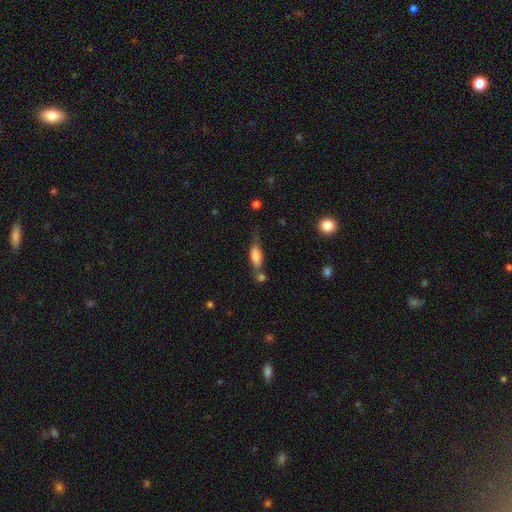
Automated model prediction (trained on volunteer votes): Smooth or featured: smooth — 72% (featured or disk — 21%)
How rounded: in between — 66% (cigar-shaped — 30%)
Merging: none — 42% (minor disturbance — 25%)